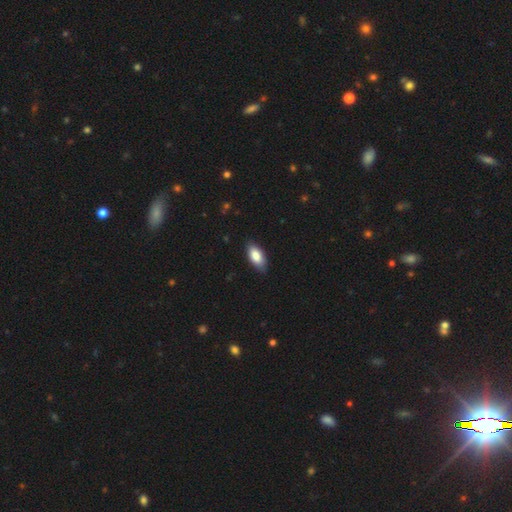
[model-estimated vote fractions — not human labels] This appears to be a smooth galaxy with no disk features (85%) that is in between round and cigar-shaped (90%). Merging: none (85%).